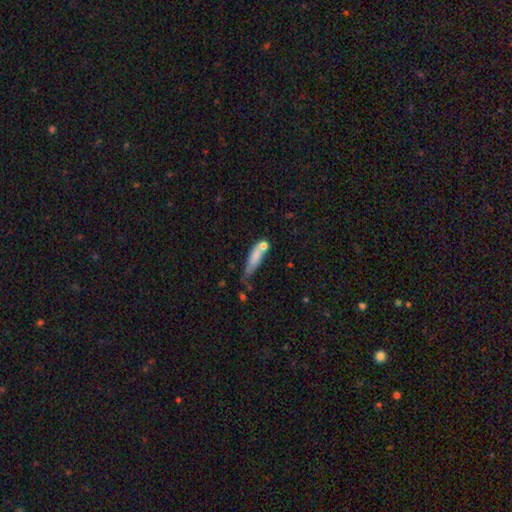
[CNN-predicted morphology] Q: Smooth or featured?
A: smooth (72%); runner-up: featured or disk (19%)
Q: How rounded?
A: cigar-shaped (64%); runner-up: in between (33%)
Q: Merging?
A: none (37%); runner-up: minor disturbance (28%)